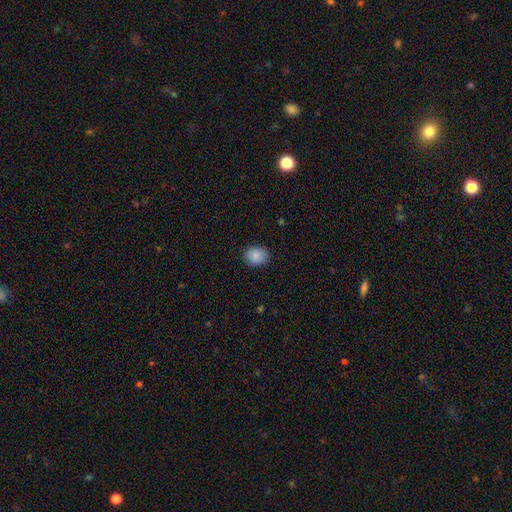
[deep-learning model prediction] Smooth or featured? Predicted: smooth (p=0.87). How rounded? Predicted: round (p=0.60). Merging? Predicted: none (p=0.86).